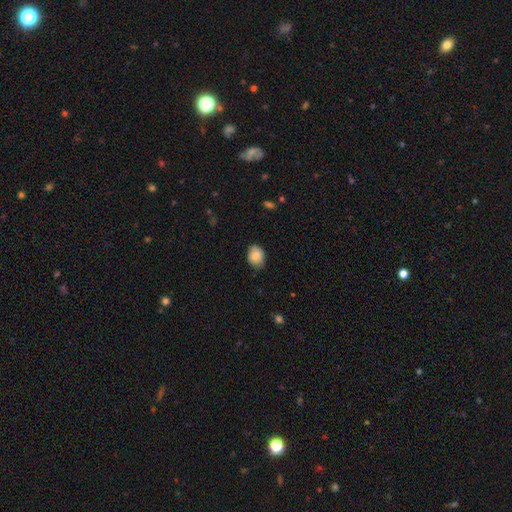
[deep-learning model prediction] Smooth or featured? Predicted: smooth (p=0.81). How rounded? Predicted: in between (p=0.63). Merging? Predicted: none (p=0.76).